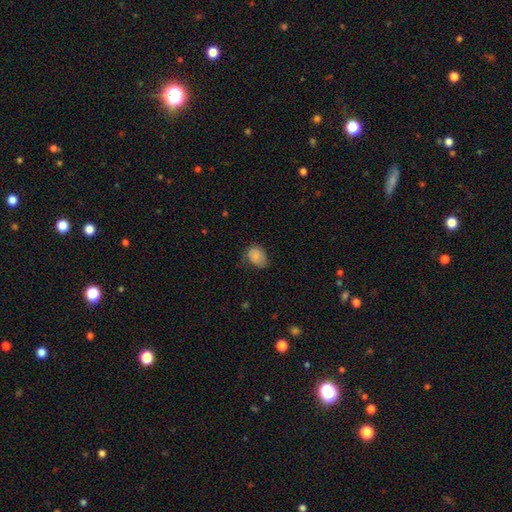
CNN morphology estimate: type=smooth (80%); roundness=in between (68%); merging=none (50%).